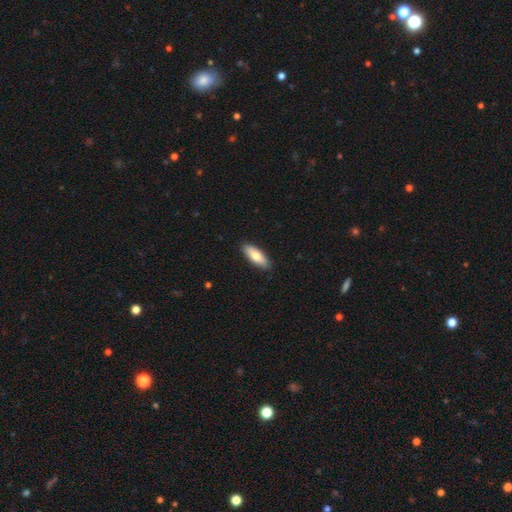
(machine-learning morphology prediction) Smooth or featured?
  - smooth: 78% *
  - featured or disk: 17%
  - star or artifact: 5%
How rounded?
  - in between: 61% *
  - cigar-shaped: 37%
  - round: 2%
Merging?
  - none: 89% *
  - minor disturbance: 8%
  - major disturbance: 2%
  - merger: 1%